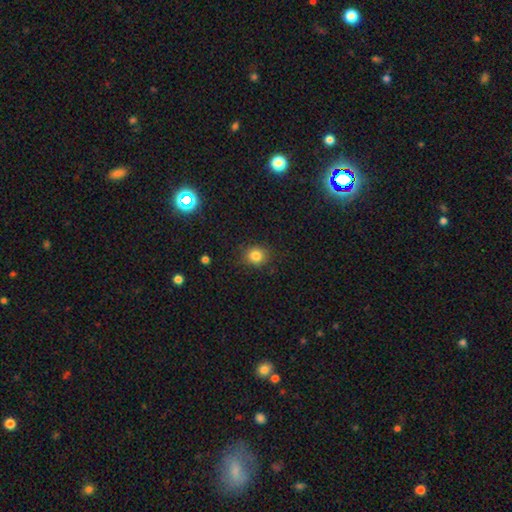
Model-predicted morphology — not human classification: Q: Smooth or featured?
A: smooth (82%); runner-up: star or artifact (12%)
Q: How rounded?
A: round (84%); runner-up: in between (15%)
Q: Merging?
A: none (87%); runner-up: minor disturbance (9%)